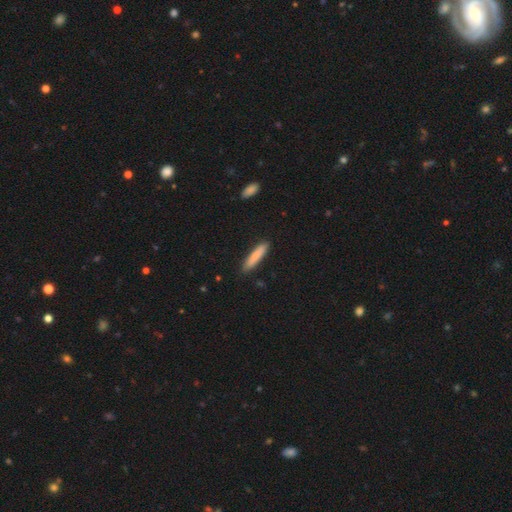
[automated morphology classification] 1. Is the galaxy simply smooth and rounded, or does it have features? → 83% smooth, 12% featured or disk, 6% star or artifact.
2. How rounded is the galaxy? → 85% cigar-shaped, 14% in between, 1% round.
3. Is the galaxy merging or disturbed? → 88% none, 9% minor disturbance, 2% major disturbance, 1% merger.